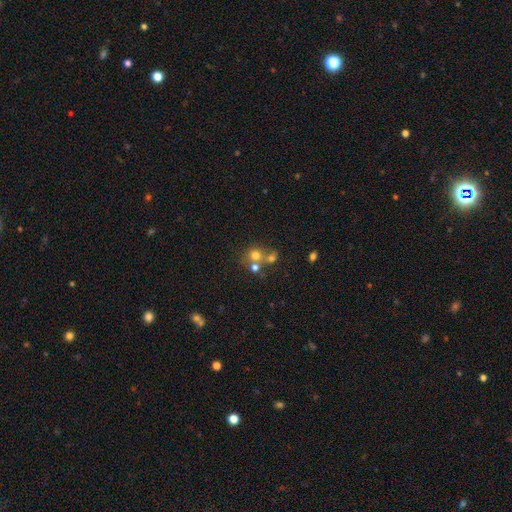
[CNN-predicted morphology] Q: Smooth or featured?
A: smooth (67%); runner-up: star or artifact (17%)
Q: How rounded?
A: round (82%); runner-up: in between (18%)
Q: Merging?
A: merger (47%); runner-up: none (41%)